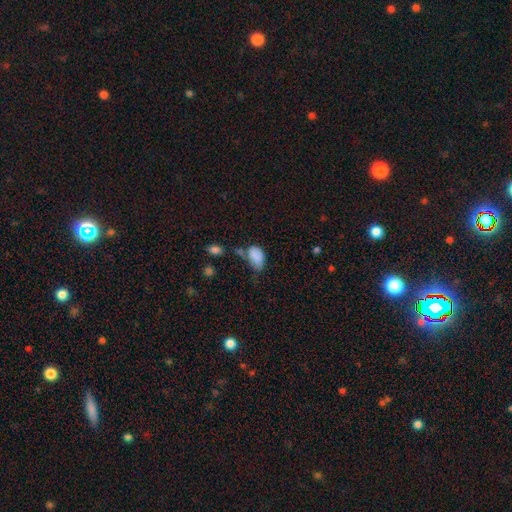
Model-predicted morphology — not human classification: A smooth galaxy with no disk features (81%) that is in between round and cigar-shaped (89%). Merging: minor disturbance (36%).